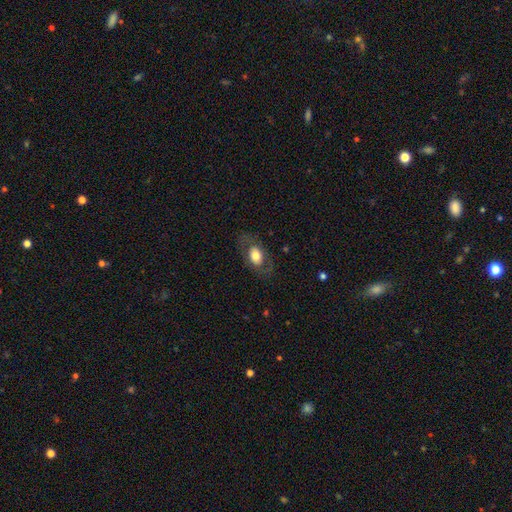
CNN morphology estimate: Smooth or featured: smooth — 63% (featured or disk — 30%)
How rounded: in between — 81% (round — 18%)
Merging: none — 76% (minor disturbance — 14%)